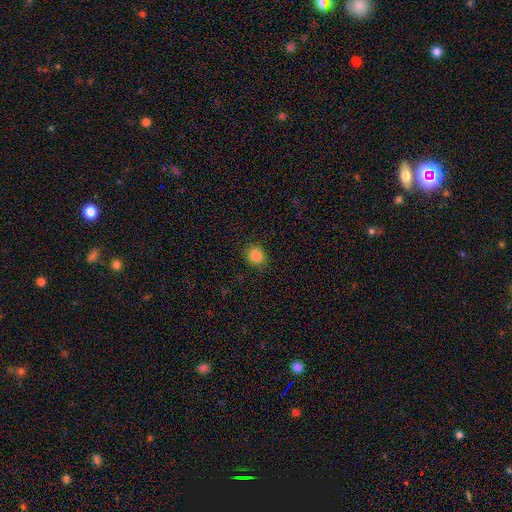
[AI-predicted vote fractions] Smooth or featured: smooth — 85% (star or artifact — 11%)
How rounded: round — 78% (in between — 21%)
Merging: none — 88% (minor disturbance — 9%)